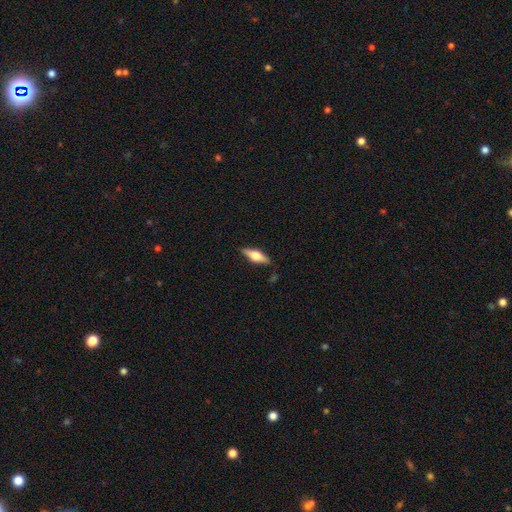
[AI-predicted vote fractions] smooth_or_featured: featured or disk (p=0.51) [alt: smooth p=0.43]
disk_edge_on: yes (p=0.93) [alt: no p=0.07]
merging: none (p=0.85) [alt: minor disturbance p=0.11]